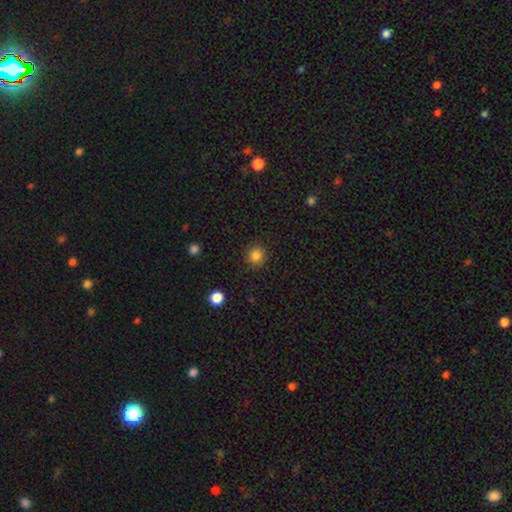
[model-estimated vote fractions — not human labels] Smooth or featured? smooth (85%)
How rounded? round (92%)
Merging? none (89%)